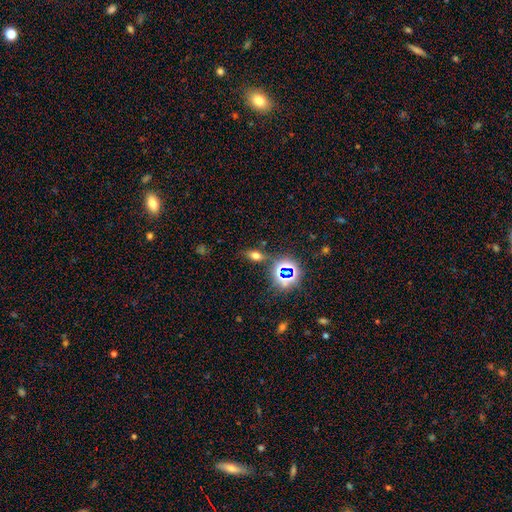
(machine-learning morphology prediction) smooth_or_featured: smooth (p=0.57) [alt: star or artifact p=0.29]
how_rounded: in between (p=0.77) [alt: round p=0.14]
merging: none (p=0.80) [alt: minor disturbance p=0.11]